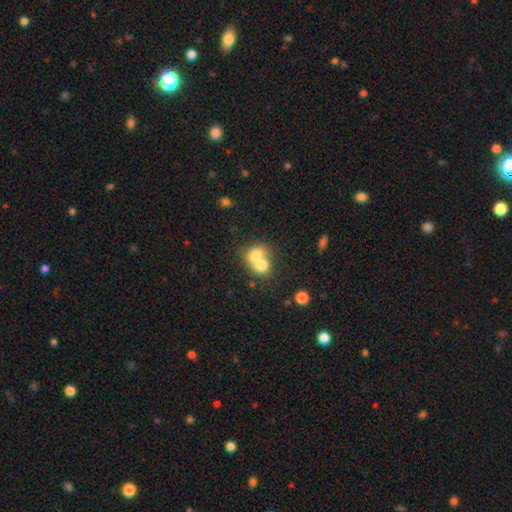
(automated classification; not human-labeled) The model was most divided on "how rounded": round: 57%, in between: 42%, cigar-shaped: 1%. More confident: smooth or featured — smooth (72%); merging — merger (72%).